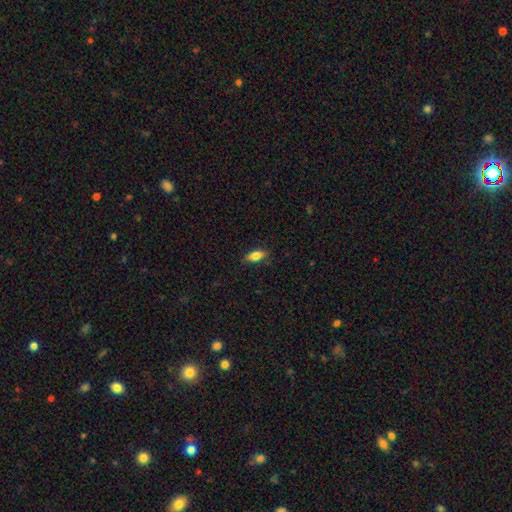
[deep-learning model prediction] The model was most divided on "how rounded": in between: 76%, cigar-shaped: 21%, round: 3%. More confident: merging — none (84%); smooth or featured — smooth (77%).